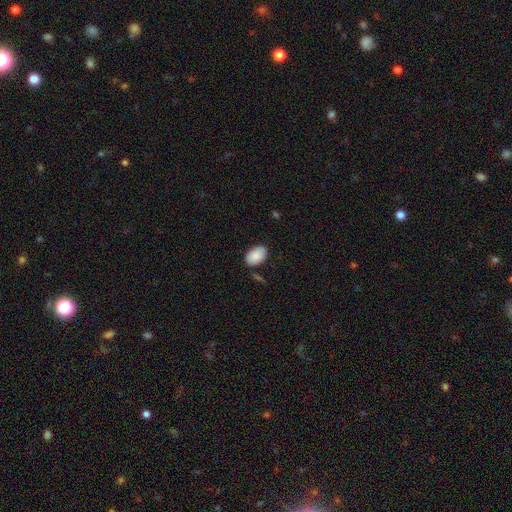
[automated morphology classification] Smooth or featured? Predicted: smooth (p=0.89). How rounded? Predicted: in between (p=0.92). Merging? Predicted: none (p=0.80).